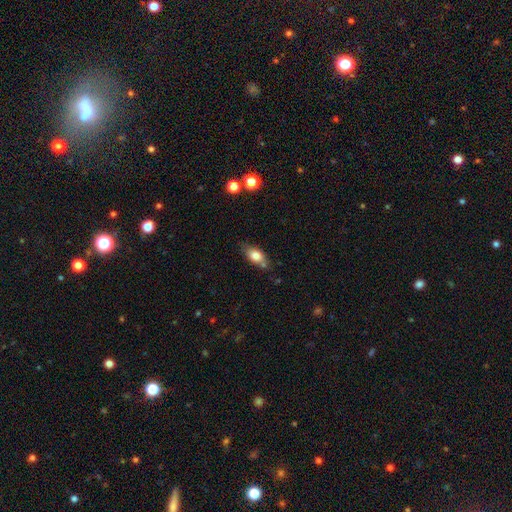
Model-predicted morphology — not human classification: Q: Smooth or featured?
A: smooth (77%); runner-up: featured or disk (15%)
Q: How rounded?
A: in between (84%); runner-up: round (9%)
Q: Merging?
A: none (67%); runner-up: minor disturbance (21%)